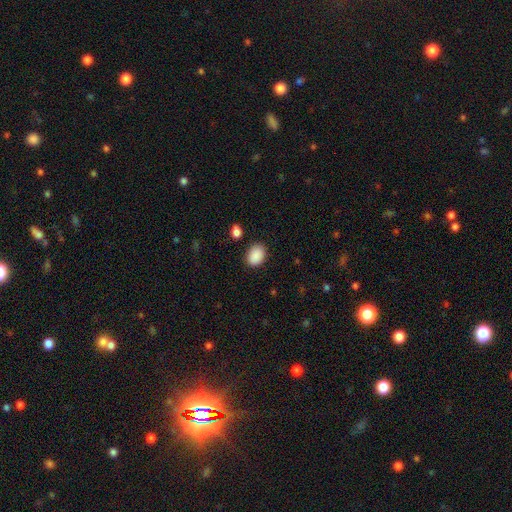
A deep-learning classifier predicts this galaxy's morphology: smooth_or_featured: smooth (p=0.90) [alt: star or artifact p=0.08]
how_rounded: in between (p=0.72) [alt: round p=0.27]
merging: none (p=0.86) [alt: minor disturbance p=0.09]